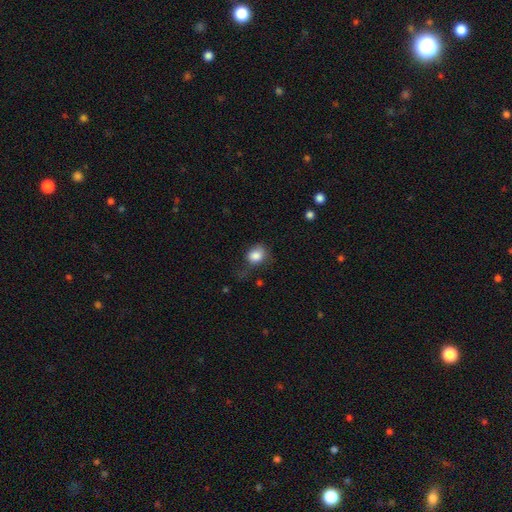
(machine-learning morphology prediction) smooth-or-featured: smooth: 84% | star or artifact: 9% | featured or disk: 7%
  how-rounded: round: 57% | in between: 42% | cigar-shaped: 1%
  merging: none: 46% | minor disturbance: 31% | major disturbance: 20% | merger: 2%